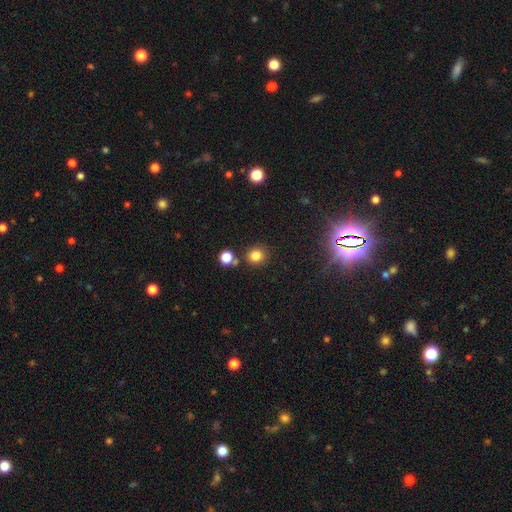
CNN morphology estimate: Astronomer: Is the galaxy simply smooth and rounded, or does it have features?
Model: smooth — 80%.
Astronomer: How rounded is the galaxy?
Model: round — 86%.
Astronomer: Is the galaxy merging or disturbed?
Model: none — 80%.